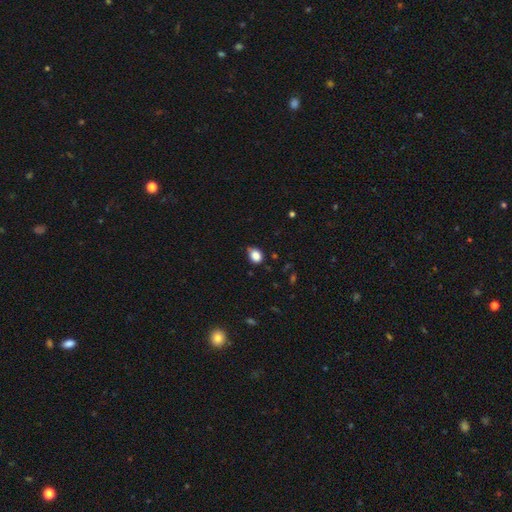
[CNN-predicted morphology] Smooth or featured? smooth (85%)
How rounded? in between (53%)
Merging? none (63%)